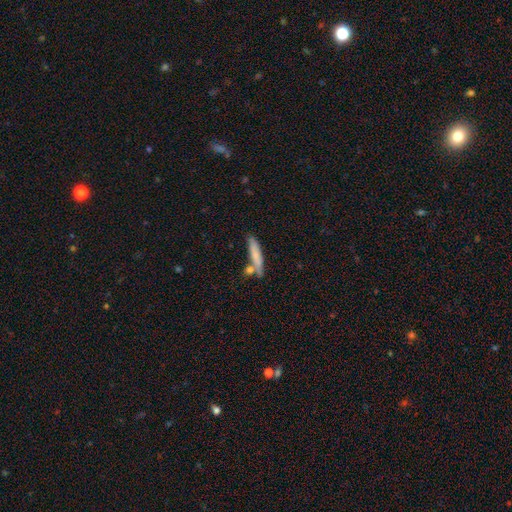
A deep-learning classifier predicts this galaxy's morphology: smooth 71%, featured or disk 22%, star or artifact 7%. Down the decision tree: how rounded — cigar-shaped (83%); merging — none (62%).